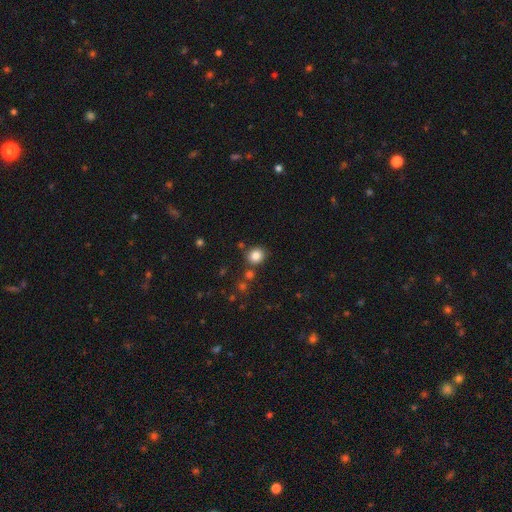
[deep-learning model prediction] smooth_or_featured: smooth (p=0.84) [alt: star or artifact p=0.11]
how_rounded: round (p=0.81) [alt: in between p=0.18]
merging: none (p=0.80) [alt: minor disturbance p=0.09]